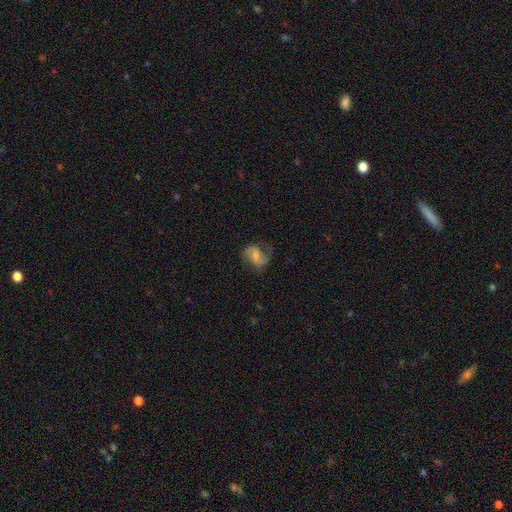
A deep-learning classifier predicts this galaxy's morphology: smooth_or_featured: featured or disk (p=0.65) [alt: smooth p=0.27]
disk_edge_on: no (p=0.97) [alt: yes p=0.03]
bar: weak (p=0.44) [alt: no p=0.40]
has_spiral_arms: yes (p=0.90) [alt: no p=0.10]
spiral_winding: medium (p=0.45) [alt: loose p=0.39]
spiral_arm_count: 2 (p=0.81) [alt: 1 p=0.09]
bulge_size: small (p=0.48) [alt: moderate p=0.35]
merging: none (p=0.60) [alt: minor disturbance p=0.22]